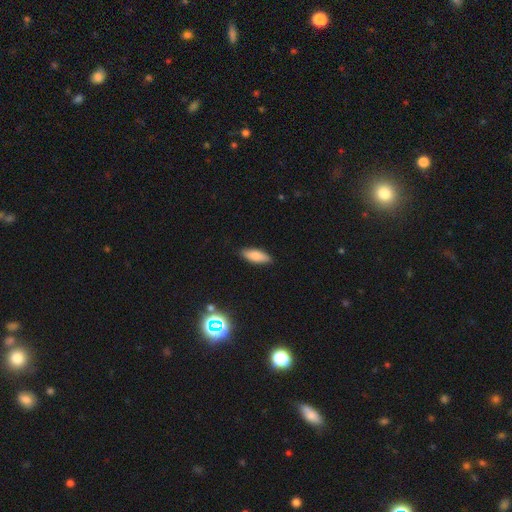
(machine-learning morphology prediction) Q: Smooth or featured?
A: smooth (81%); runner-up: featured or disk (11%)
Q: How rounded?
A: in between (66%); runner-up: cigar-shaped (32%)
Q: Merging?
A: none (87%); runner-up: minor disturbance (10%)